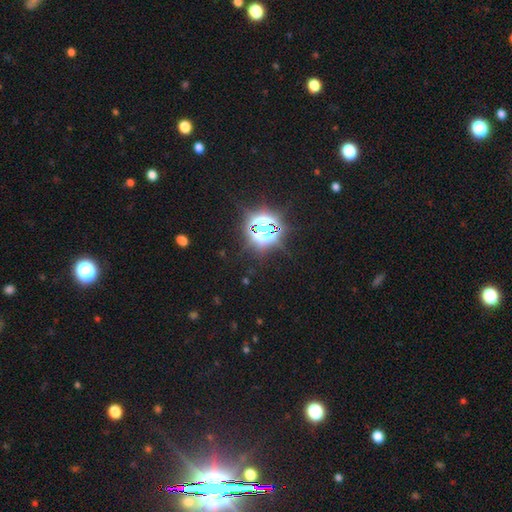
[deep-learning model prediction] Smooth or featured? Predicted: star or artifact (p=0.83).